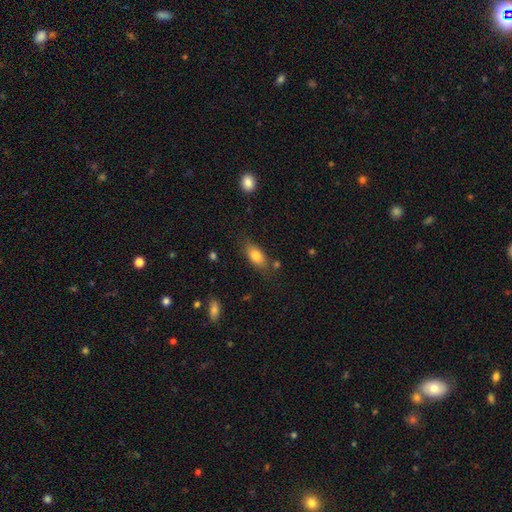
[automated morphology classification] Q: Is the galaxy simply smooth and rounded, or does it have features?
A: smooth — 79%.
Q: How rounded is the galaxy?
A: in between — 85%.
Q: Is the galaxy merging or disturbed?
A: none — 73%.